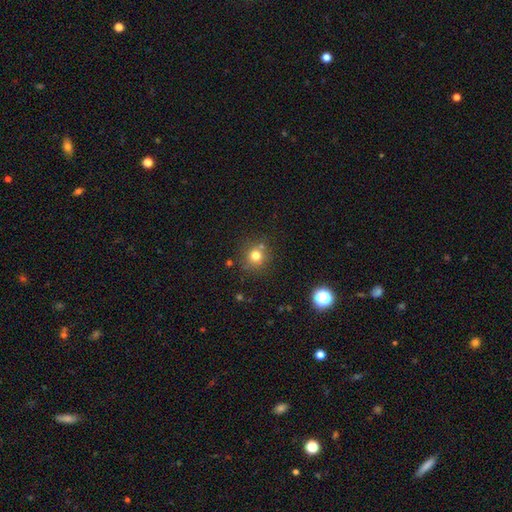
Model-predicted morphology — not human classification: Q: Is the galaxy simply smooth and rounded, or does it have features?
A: smooth — 76%.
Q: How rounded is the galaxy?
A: round — 89%.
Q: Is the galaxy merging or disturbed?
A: none — 76%.